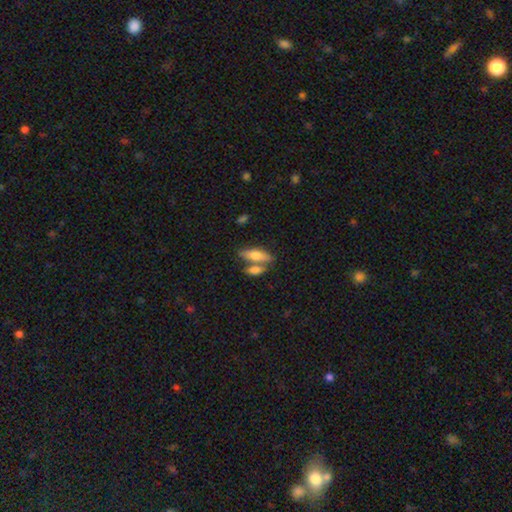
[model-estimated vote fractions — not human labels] Q: Smooth or featured?
A: smooth (68%); runner-up: featured or disk (26%)
Q: How rounded?
A: in between (62%); runner-up: cigar-shaped (35%)
Q: Merging?
A: none (47%); runner-up: merger (38%)